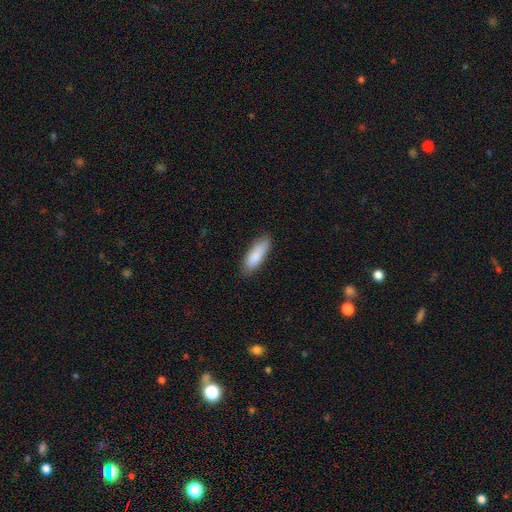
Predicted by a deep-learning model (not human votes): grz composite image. It shows a smooth galaxy with no disk features (87%) that is in between round and cigar-shaped (57%). Merging: none (84%).